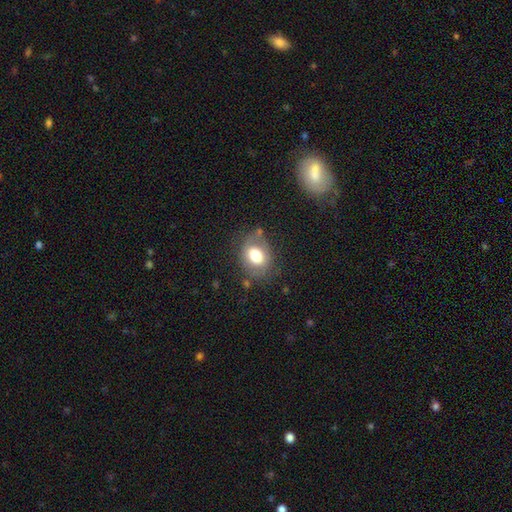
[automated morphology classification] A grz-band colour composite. It shows a smooth galaxy with no disk features (67%) that is in between round and cigar-shaped (60%). Merging: none (66%).